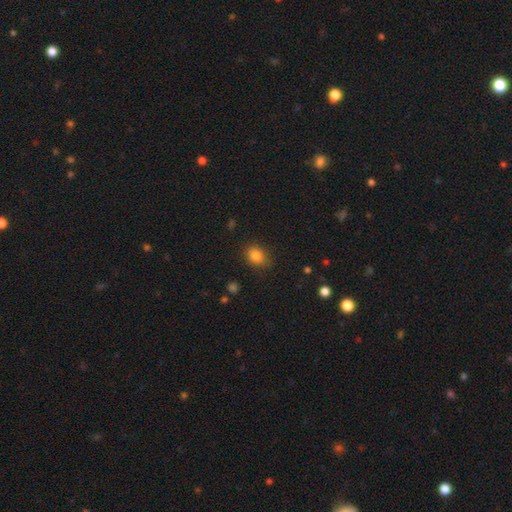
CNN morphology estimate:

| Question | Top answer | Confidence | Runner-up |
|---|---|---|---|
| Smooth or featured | smooth | 83% | star or artifact (11%) |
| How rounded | in between | 52% | round (47%) |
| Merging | none | 82% | minor disturbance (14%) |